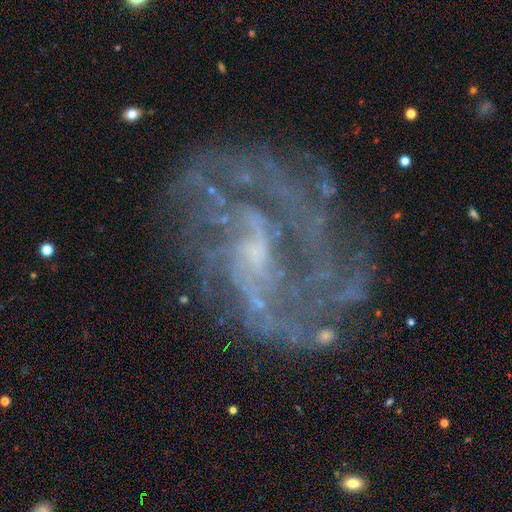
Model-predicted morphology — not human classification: featured or disk 82%, star or artifact 11%, smooth 7%. Down the decision tree: edge-on disk — no (97%); bar — no (45%); spiral arms — yes (87%); spiral arm count — can't tell (35%); spiral winding — medium (42%); bulge size — small (60%); merging — none (64%).